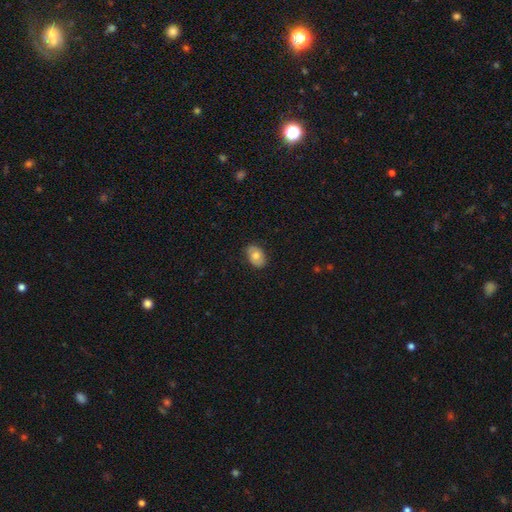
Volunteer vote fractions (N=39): A smooth galaxy with no disk features (74%) that is in between round and cigar-shaped (79%). Merging: none (82%).